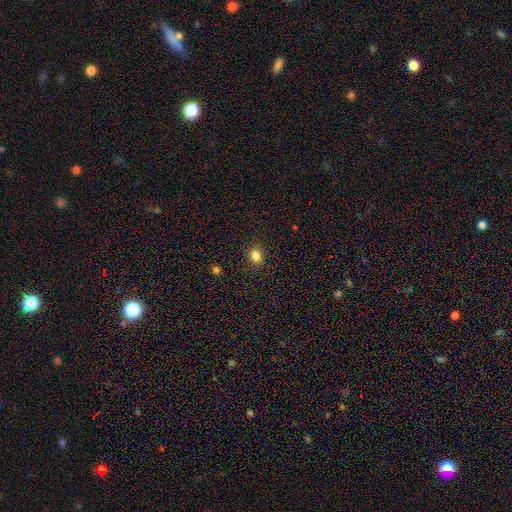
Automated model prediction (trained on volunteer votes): The model was most divided on "how rounded": round: 72%, in between: 27%, cigar-shaped: 1%. More confident: merging — none (90%); smooth or featured — smooth (82%).